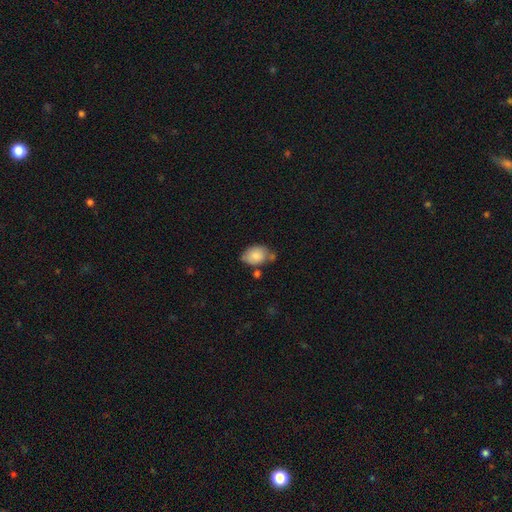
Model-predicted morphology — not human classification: Smooth or featured: smooth — 81% (featured or disk — 12%)
How rounded: in between — 77% (round — 22%)
Merging: none — 55% (minor disturbance — 26%)